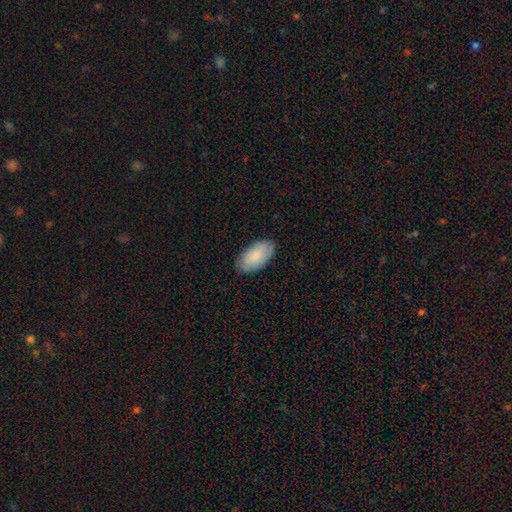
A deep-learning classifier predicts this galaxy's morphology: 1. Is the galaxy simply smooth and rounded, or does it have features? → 86% smooth, 8% featured or disk, 5% star or artifact.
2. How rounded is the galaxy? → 96% in between, 2% cigar-shaped, 2% round.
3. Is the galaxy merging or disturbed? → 86% none, 11% minor disturbance, 2% major disturbance, 1% merger.